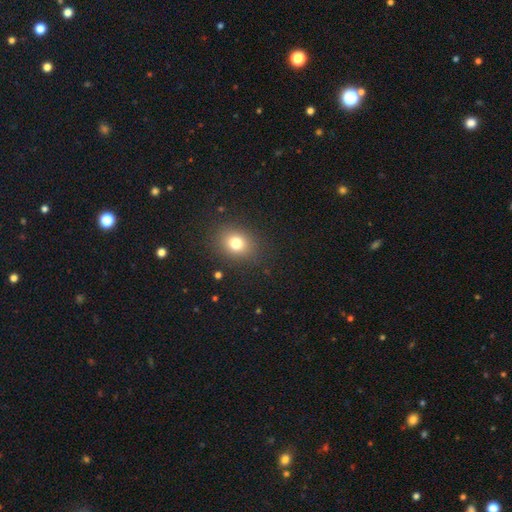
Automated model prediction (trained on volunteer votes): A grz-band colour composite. It shows a smooth galaxy with no disk features (70%) that is round (60%). Merging: none (91%).